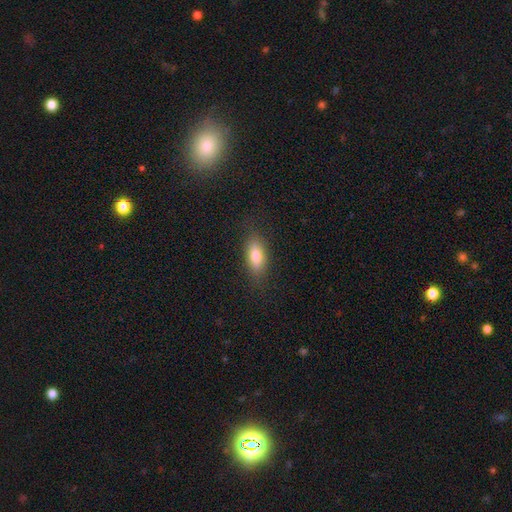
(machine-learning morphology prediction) The model was most divided on "how rounded": in between: 78%, cigar-shaped: 18%, round: 4%. More confident: merging — none (83%); smooth or featured — smooth (76%).